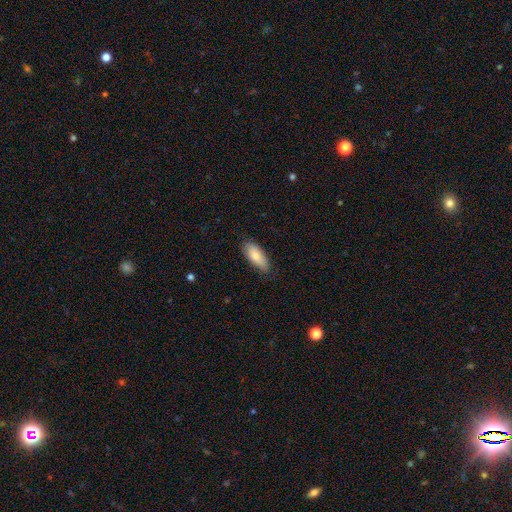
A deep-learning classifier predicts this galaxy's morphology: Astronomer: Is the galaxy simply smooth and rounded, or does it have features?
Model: smooth — 82%.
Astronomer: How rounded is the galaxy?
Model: in between — 82%.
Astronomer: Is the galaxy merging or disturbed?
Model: none — 77%.